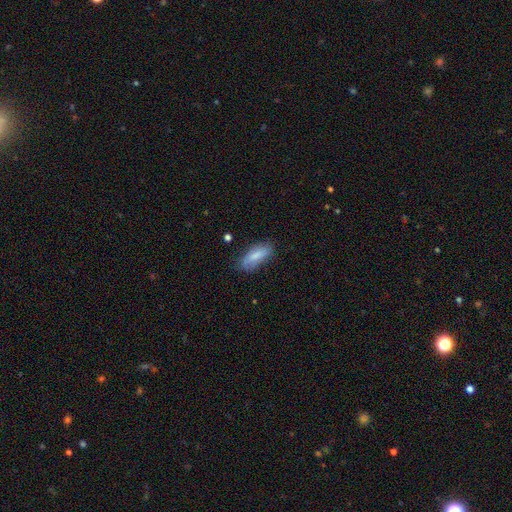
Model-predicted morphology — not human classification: smooth-or-featured: smooth: 78% | featured or disk: 15% | star or artifact: 6%
  how-rounded: in between: 71% | cigar-shaped: 27% | round: 2%
  merging: none: 72% | minor disturbance: 21% | major disturbance: 5% | merger: 2%